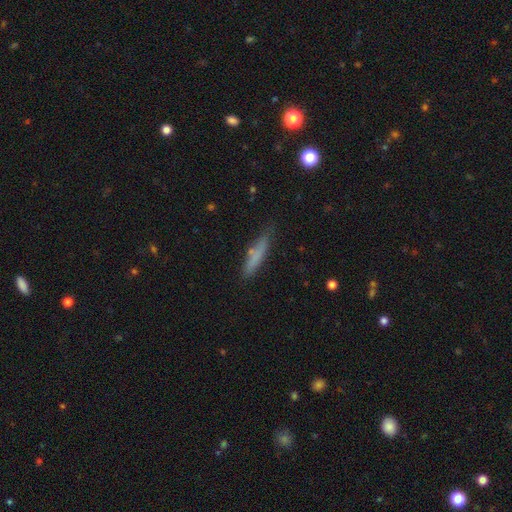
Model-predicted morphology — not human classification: This is likely a smooth galaxy (72%). How rounded: clearly cigar-shaped (86%). Merging: likely none (74%).